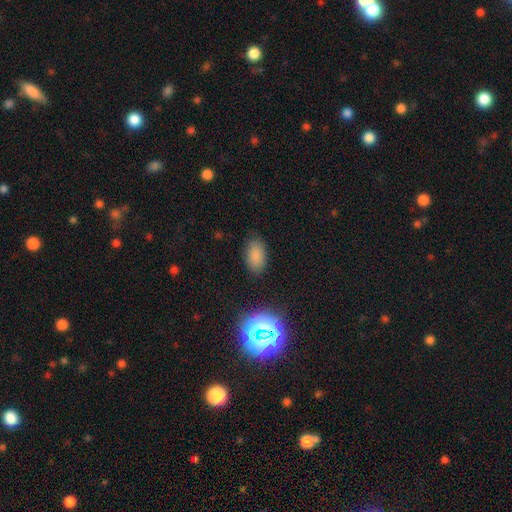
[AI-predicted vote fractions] Smooth or featured: smooth — 81% (star or artifact — 13%)
How rounded: in between — 92% (round — 6%)
Merging: none — 85% (minor disturbance — 11%)